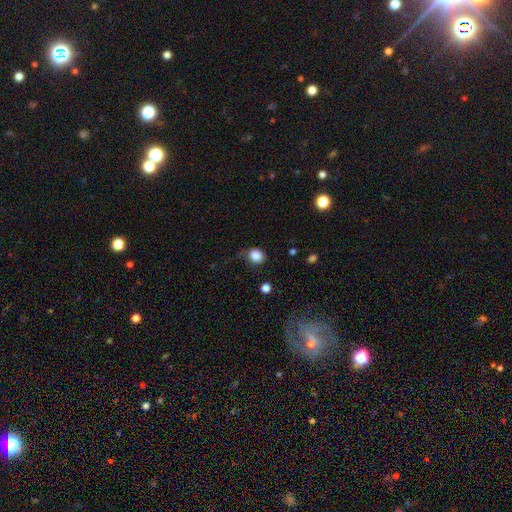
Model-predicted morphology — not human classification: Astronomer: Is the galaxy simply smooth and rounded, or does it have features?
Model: smooth — 85%.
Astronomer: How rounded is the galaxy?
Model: round — 69%.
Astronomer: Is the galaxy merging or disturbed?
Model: none — 65%.